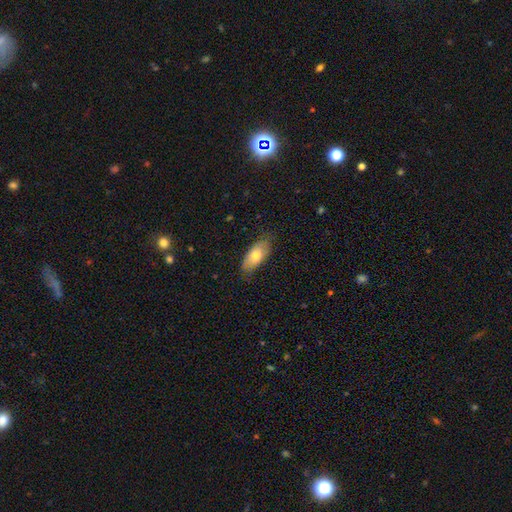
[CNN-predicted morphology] Smooth or featured?
  - smooth: 74% *
  - featured or disk: 19%
  - star or artifact: 6%
How rounded?
  - in between: 88% *
  - cigar-shaped: 9%
  - round: 3%
Merging?
  - none: 77% *
  - minor disturbance: 19%
  - major disturbance: 3%
  - merger: 1%